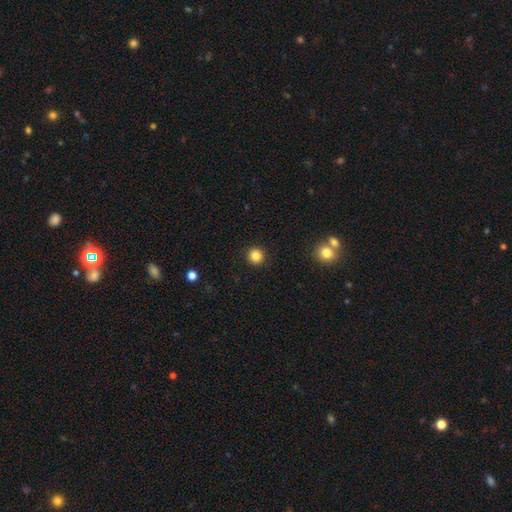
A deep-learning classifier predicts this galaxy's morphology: Overall: smooth (85%). How rounded: round (95%). Merging: none (93%).